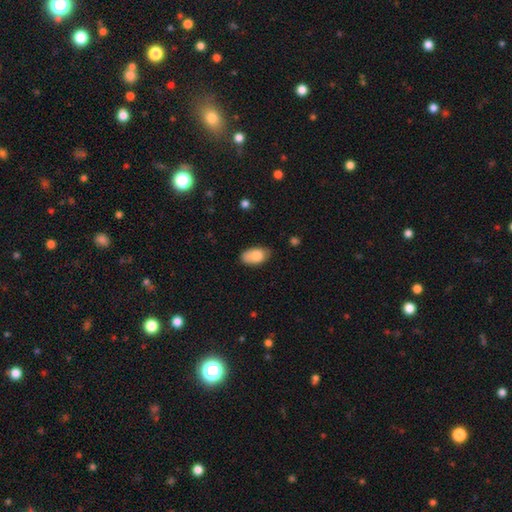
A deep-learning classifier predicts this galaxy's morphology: smooth_or_featured: smooth (p=0.82) [alt: featured or disk p=0.11]
how_rounded: in between (p=0.93) [alt: round p=0.05]
merging: none (p=0.69) [alt: minor disturbance p=0.24]